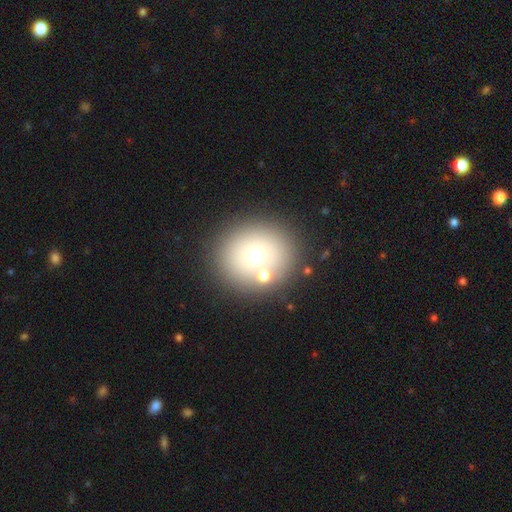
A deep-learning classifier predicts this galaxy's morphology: smooth_or_featured: smooth (p=0.65) [alt: featured or disk p=0.17]
how_rounded: round (p=0.85) [alt: in between p=0.14]
merging: none (p=0.74) [alt: merger p=0.14]